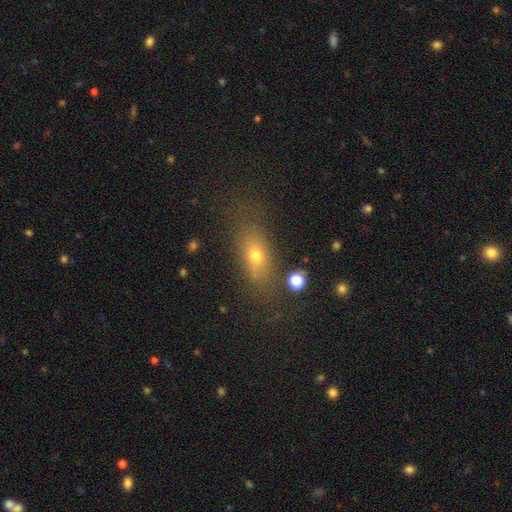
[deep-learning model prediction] Smooth or featured?
  - smooth: 67% *
  - featured or disk: 18%
  - star or artifact: 15%
How rounded?
  - in between: 70% *
  - cigar-shaped: 15%
  - round: 15%
Merging?
  - none: 70% *
  - minor disturbance: 16%
  - major disturbance: 9%
  - merger: 4%